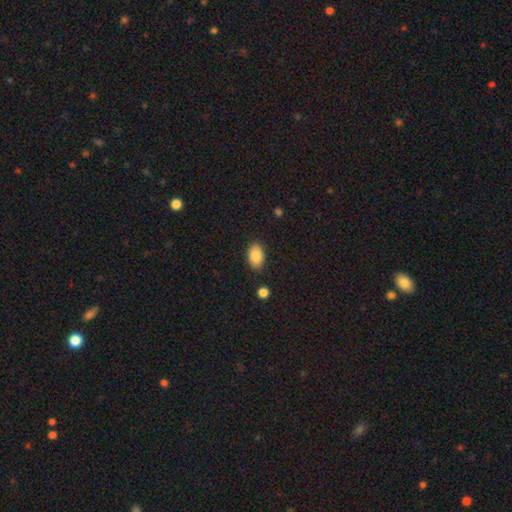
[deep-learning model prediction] Smooth or featured? smooth (86%)
How rounded? in between (91%)
Merging? none (86%)